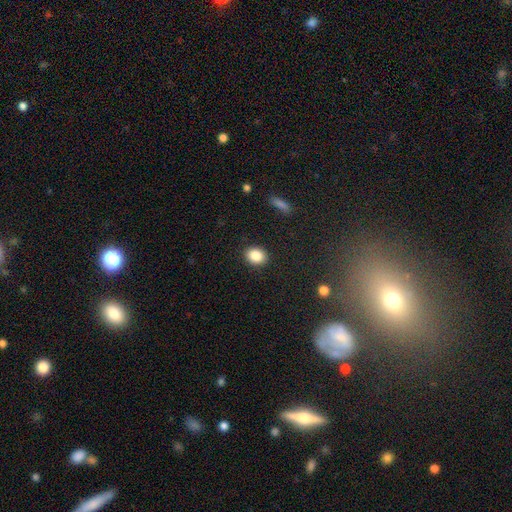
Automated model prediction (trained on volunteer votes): Smooth or featured?
  - smooth: 86% *
  - star or artifact: 9%
  - featured or disk: 5%
How rounded?
  - round: 54% *
  - in between: 45%
  - cigar-shaped: 1%
Merging?
  - none: 90% *
  - minor disturbance: 7%
  - major disturbance: 2%
  - merger: 1%